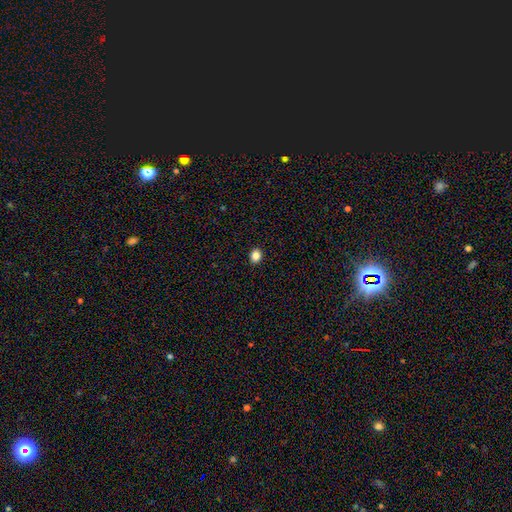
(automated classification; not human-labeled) Smooth or featured?
  - smooth: 85% *
  - star or artifact: 11%
  - featured or disk: 4%
How rounded?
  - round: 60% *
  - in between: 39%
  - cigar-shaped: 1%
Merging?
  - none: 92% *
  - minor disturbance: 5%
  - major disturbance: 2%
  - merger: 1%